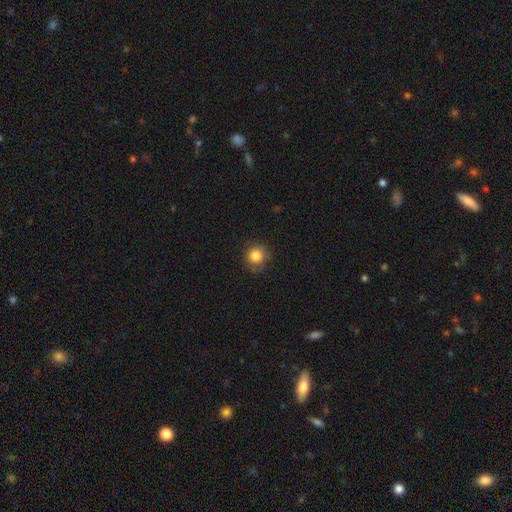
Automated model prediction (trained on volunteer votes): Q: Smooth or featured?
A: smooth (83%); runner-up: star or artifact (11%)
Q: How rounded?
A: round (89%); runner-up: in between (10%)
Q: Merging?
A: none (80%); runner-up: minor disturbance (15%)